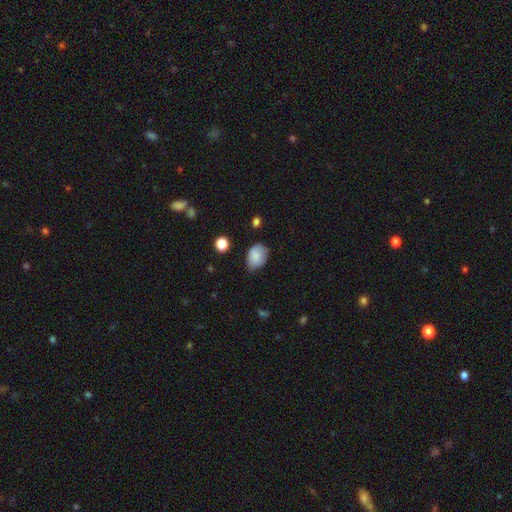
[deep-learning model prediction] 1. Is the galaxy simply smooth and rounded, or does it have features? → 83% smooth, 9% featured or disk, 8% star or artifact.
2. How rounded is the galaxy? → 72% in between, 27% round, 1% cigar-shaped.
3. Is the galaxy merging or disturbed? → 65% none, 28% minor disturbance, 5% major disturbance, 2% merger.